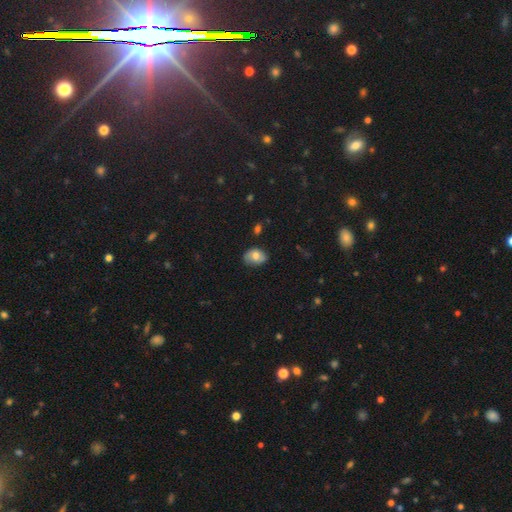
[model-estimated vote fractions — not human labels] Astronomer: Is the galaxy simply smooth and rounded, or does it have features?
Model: smooth — 68%.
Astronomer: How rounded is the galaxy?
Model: in between — 69%.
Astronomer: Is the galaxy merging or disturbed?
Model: none — 70%.